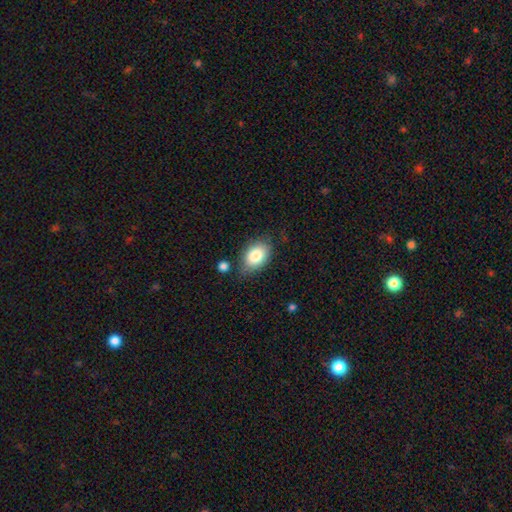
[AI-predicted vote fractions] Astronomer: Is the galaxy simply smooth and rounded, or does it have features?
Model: smooth — 82%.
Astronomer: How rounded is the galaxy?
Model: in between — 84%.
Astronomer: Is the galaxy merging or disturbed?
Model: none — 71%.